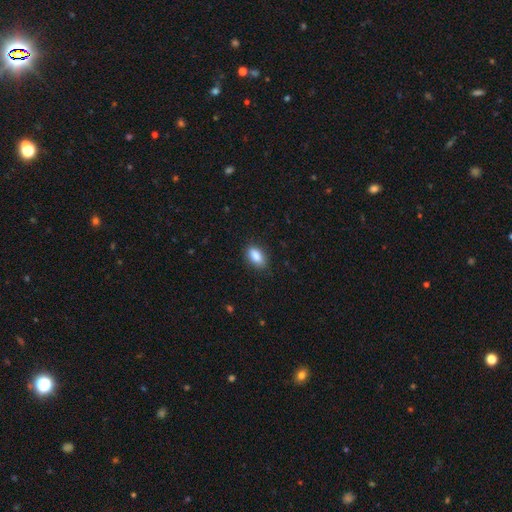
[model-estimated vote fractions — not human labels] Smooth or featured: smooth — 87% (star or artifact — 7%)
How rounded: in between — 89% (round — 6%)
Merging: none — 85% (minor disturbance — 12%)